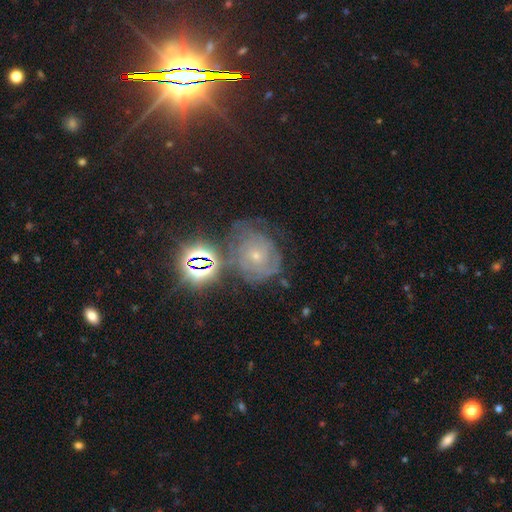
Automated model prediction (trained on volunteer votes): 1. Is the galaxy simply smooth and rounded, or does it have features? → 62% featured or disk, 23% star or artifact, 15% smooth.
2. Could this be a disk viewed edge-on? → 97% no, 3% yes.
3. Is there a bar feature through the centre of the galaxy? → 78% no, 17% weak, 5% strong.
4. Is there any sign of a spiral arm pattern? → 89% yes, 11% no.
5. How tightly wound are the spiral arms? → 73% tight, 22% medium, 5% loose.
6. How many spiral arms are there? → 44% can't tell, 18% 3, 17% 2, 9% 4, 6% more than 4, 6% 1.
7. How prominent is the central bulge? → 77% small, 19% moderate, 2% none, 1% large, 1% dominant.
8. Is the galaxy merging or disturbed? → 60% none, 22% minor disturbance, 12% major disturbance, 6% merger.